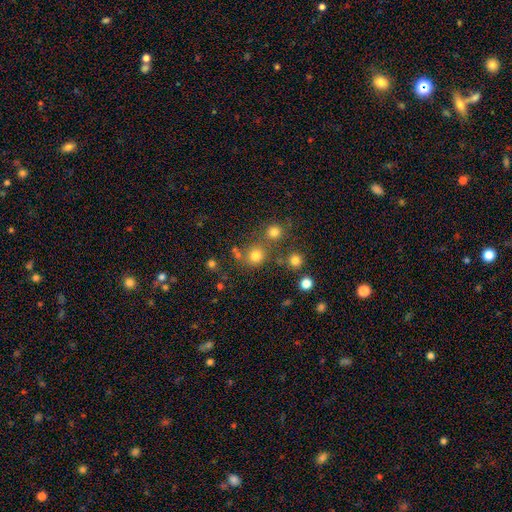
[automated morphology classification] smooth-or-featured: smooth: 76% | star or artifact: 17% | featured or disk: 7%
  how-rounded: round: 87% | in between: 12% | cigar-shaped: 1%
  merging: none: 68% | merger: 18% | minor disturbance: 9% | major disturbance: 4%